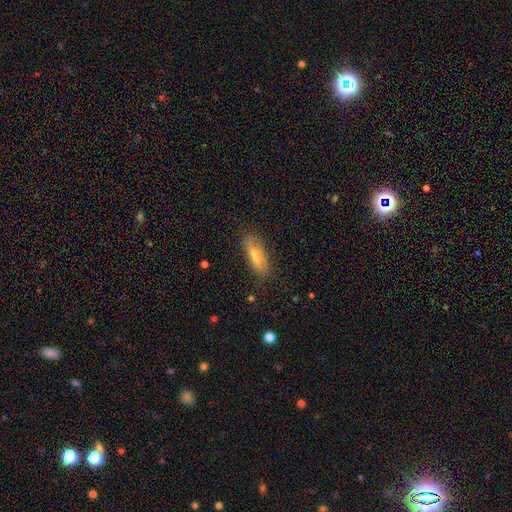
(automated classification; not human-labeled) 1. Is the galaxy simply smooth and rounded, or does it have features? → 64% smooth, 28% featured or disk, 8% star or artifact.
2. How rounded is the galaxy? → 52% cigar-shaped, 45% in between, 2% round.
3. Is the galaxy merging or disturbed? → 80% none, 15% minor disturbance, 3% major disturbance, 1% merger.